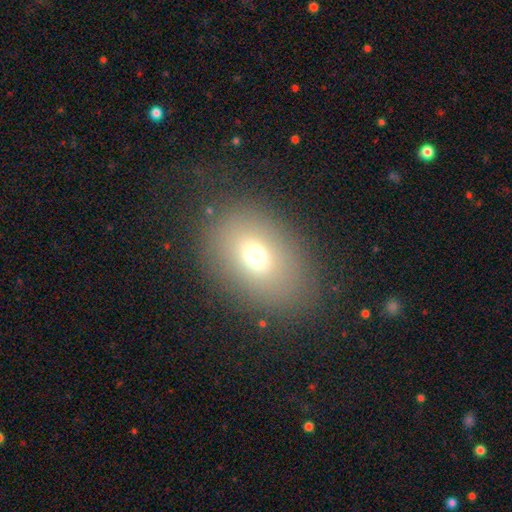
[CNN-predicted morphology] smooth 68%, star or artifact 16%, featured or disk 16%. Down the decision tree: how rounded — in between (68%); merging — none (80%).